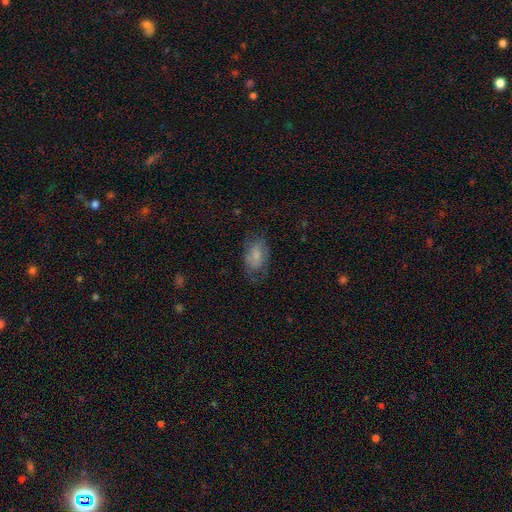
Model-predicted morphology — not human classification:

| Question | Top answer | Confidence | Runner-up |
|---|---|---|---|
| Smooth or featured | smooth | 62% | featured or disk (29%) |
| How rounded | in between | 90% | round (7%) |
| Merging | none | 55% | minor disturbance (27%) |